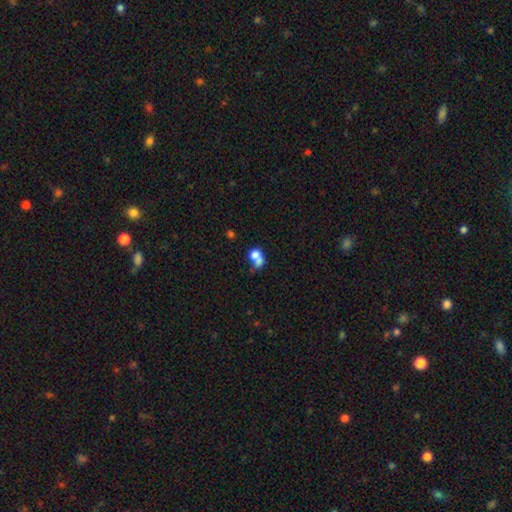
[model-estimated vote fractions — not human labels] A smooth galaxy with no disk features (70%) that is round (53%).

Vote fractions:
- Smooth or featured? smooth: 70% / featured or disk: 19% / star or artifact: 11%
- How rounded? round: 53% / in between: 46% / cigar-shaped: 1%
- Merging? merger: 66% / none: 19% / major disturbance: 8% / minor disturbance: 7%